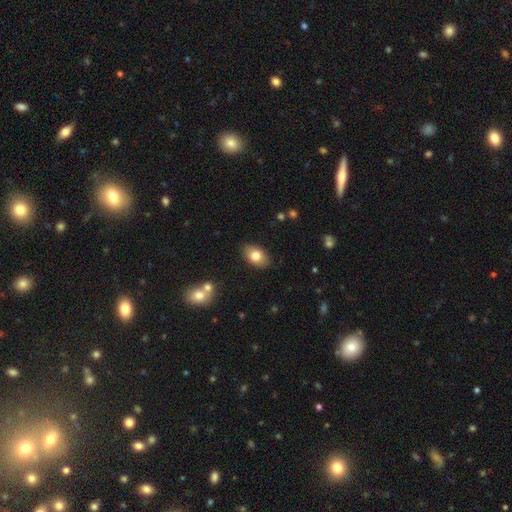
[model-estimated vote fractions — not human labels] smooth-or-featured: smooth: 77% | featured or disk: 15% | star or artifact: 8%
  how-rounded: in between: 88% | round: 11% | cigar-shaped: 1%
  merging: none: 86% | minor disturbance: 10% | major disturbance: 2% | merger: 2%